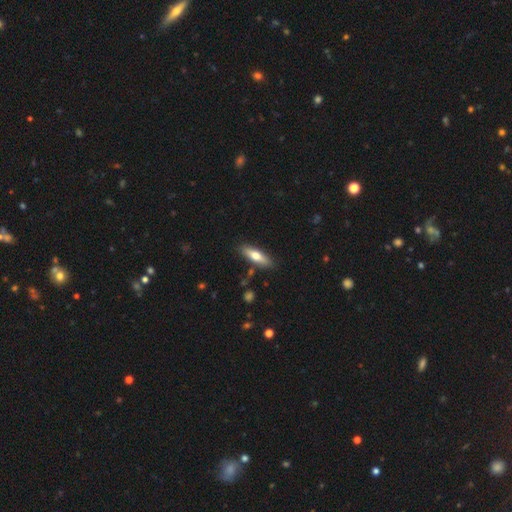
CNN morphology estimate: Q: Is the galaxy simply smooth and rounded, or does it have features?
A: smooth — 60%.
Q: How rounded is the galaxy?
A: cigar-shaped — 60%.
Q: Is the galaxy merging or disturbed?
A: none — 85%.